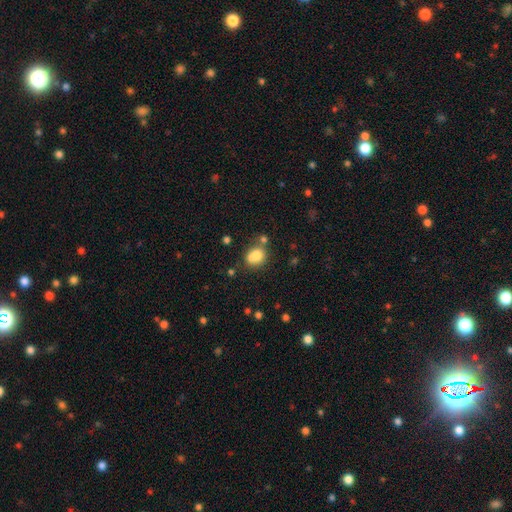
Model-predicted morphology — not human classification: Overall: smooth (75%). How rounded: round (60%; in between 39%). Merging: none (43%; merger 36%).